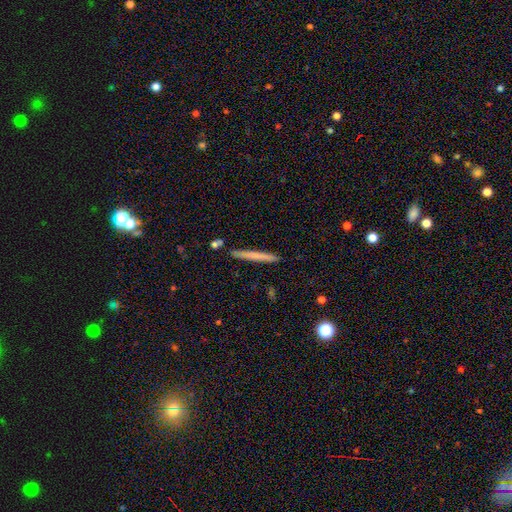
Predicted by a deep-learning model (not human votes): A smooth galaxy with no disk features (64%) that is cigar-shaped (97%).

Vote fractions:
- Smooth or featured? smooth: 64% / featured or disk: 30% / star or artifact: 6%
- How rounded? cigar-shaped: 97% / in between: 2% / round: 1%
- Merging? none: 89% / minor disturbance: 7% / merger: 2% / major disturbance: 1%